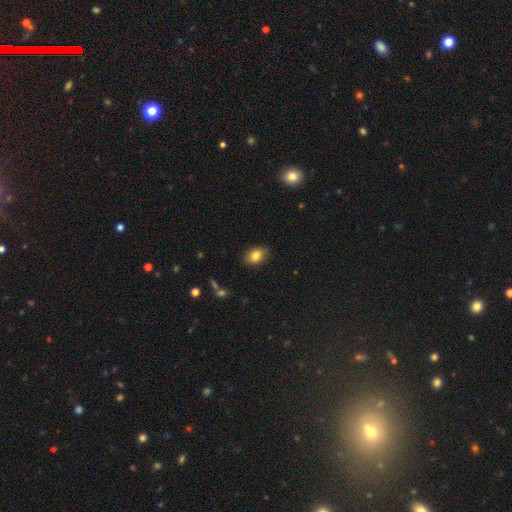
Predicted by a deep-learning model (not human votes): Q: Smooth or featured?
A: smooth (82%); runner-up: featured or disk (9%)
Q: How rounded?
A: in between (81%); runner-up: round (17%)
Q: Merging?
A: none (83%); runner-up: minor disturbance (13%)